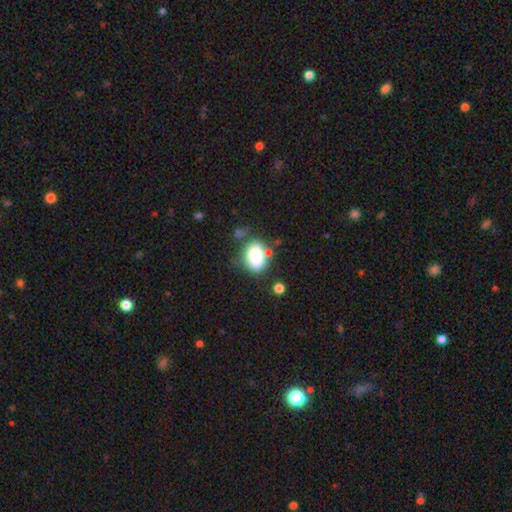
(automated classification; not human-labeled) This appears to be a smooth galaxy with no disk features (80%) that is in between round and cigar-shaped (67%). Merging: none (63%).